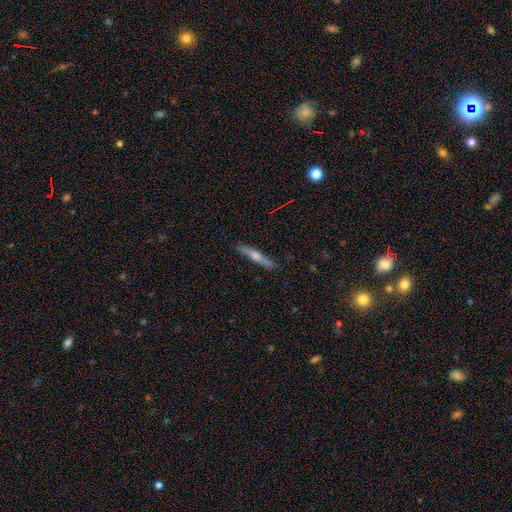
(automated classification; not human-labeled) Smooth or featured?
  - featured or disk: 61% *
  - smooth: 33%
  - star or artifact: 7%
Edge-on disk?
  - yes: 95% *
  - no: 5%
Edge-on bulge?
  - rounded: 86% *
  - none: 9%
  - boxy: 5%
Merging?
  - none: 88% *
  - minor disturbance: 9%
  - major disturbance: 2%
  - merger: 1%